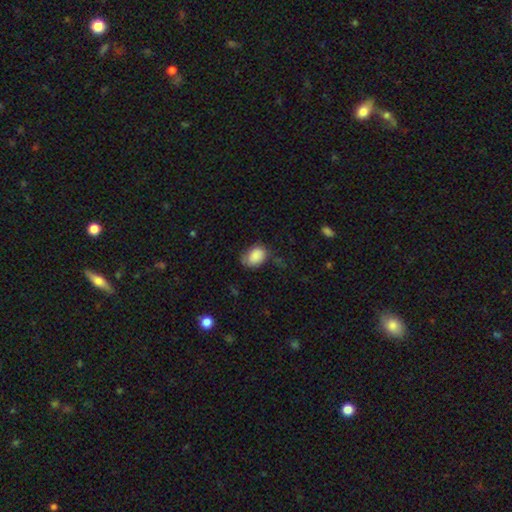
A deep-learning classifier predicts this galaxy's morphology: type=smooth (84%); roundness=in between (76%); merging=none (55%).